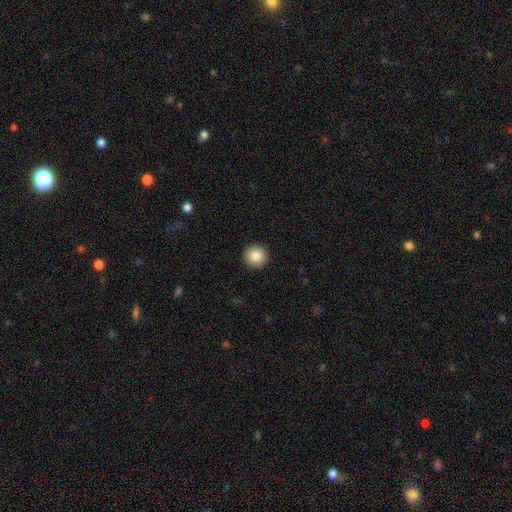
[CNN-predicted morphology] Q: Smooth or featured?
A: smooth (85%); runner-up: star or artifact (9%)
Q: How rounded?
A: round (95%); runner-up: in between (4%)
Q: Merging?
A: none (93%); runner-up: minor disturbance (4%)